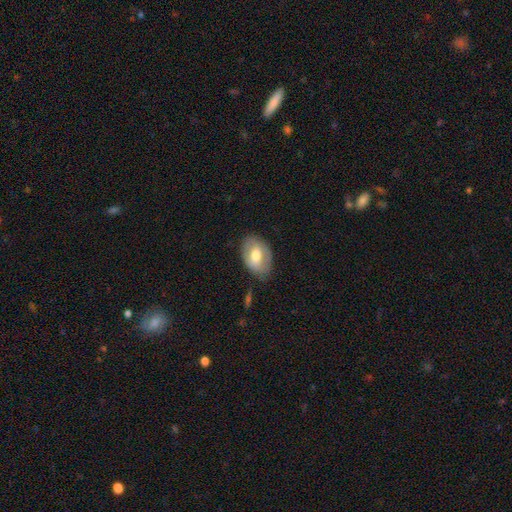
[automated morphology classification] type=smooth (53%); roundness=in between (86%); merging=none (74%).